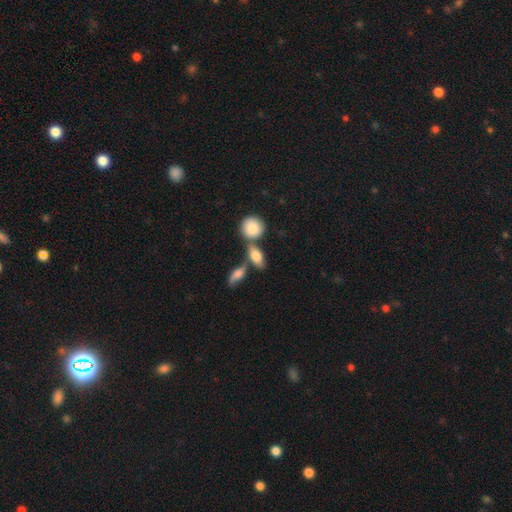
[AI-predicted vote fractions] Overall: smooth (74%). How rounded: in between (73%). Merging: none (50%; merger 32%).